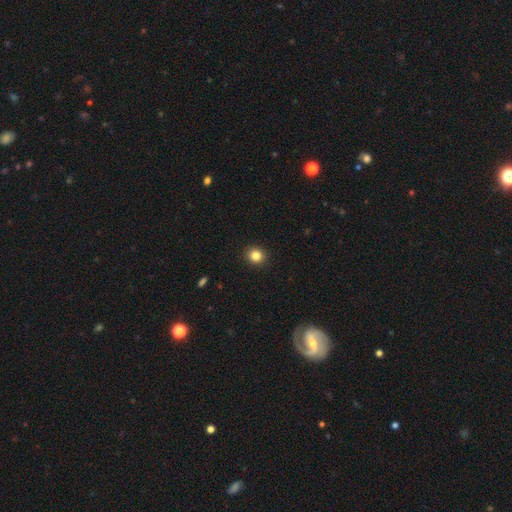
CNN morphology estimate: This is clearly a smooth galaxy (84%). How rounded: clearly round (84%). Merging: clearly none (92%).